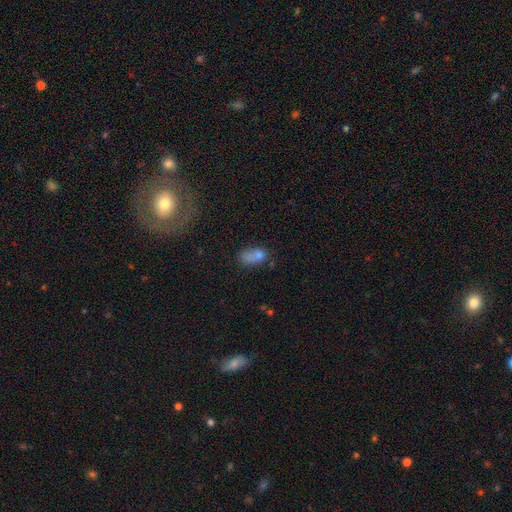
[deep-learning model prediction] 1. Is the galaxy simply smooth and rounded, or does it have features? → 71% smooth, 16% featured or disk, 13% star or artifact.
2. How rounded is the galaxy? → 80% in between, 15% round, 4% cigar-shaped.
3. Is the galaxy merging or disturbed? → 32% merger (tied), 32% none (tied), 20% minor disturbance, 16% major disturbance.